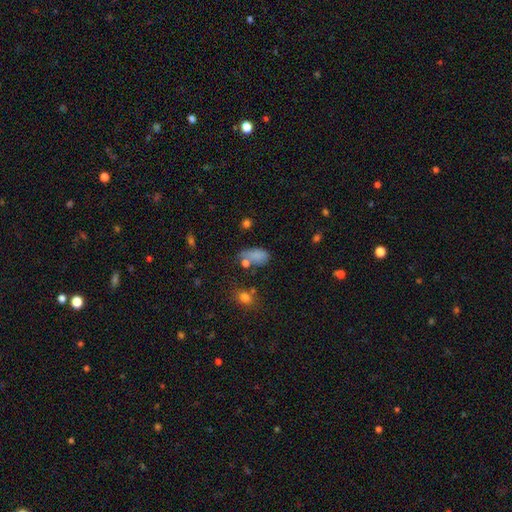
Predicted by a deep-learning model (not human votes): smooth_or_featured: smooth (p=0.77) [alt: star or artifact p=0.13]
how_rounded: in between (p=0.87) [alt: round p=0.08]
merging: none (p=0.42) [alt: minor disturbance p=0.27]